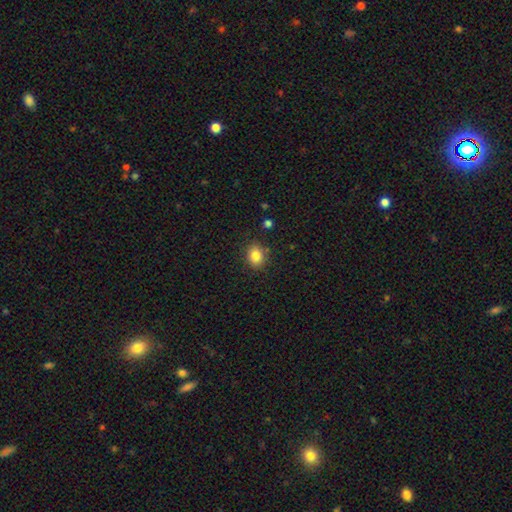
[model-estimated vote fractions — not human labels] smooth 84%, star or artifact 10%, featured or disk 6%. Down the decision tree: how rounded — in between (52%); merging — none (84%).